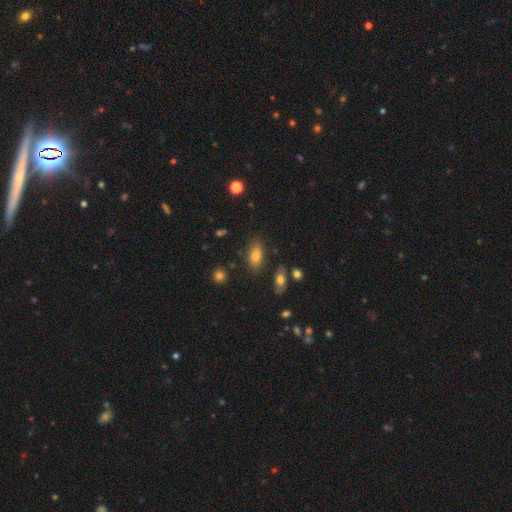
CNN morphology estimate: Smooth or featured? smooth (76%)
How rounded? in between (84%)
Merging? none (78%)